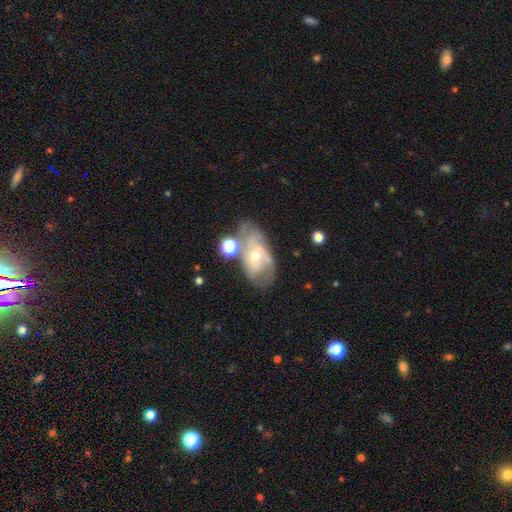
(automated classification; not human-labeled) A featured or disk galaxy (61%) with no bar (63%), spiral arms (61%) and a small central bulge (52%).

Vote fractions:
- Smooth or featured? featured or disk: 61% / smooth: 30% / star or artifact: 9%
- Edge-on disk? no: 92% / yes: 8%
- Bar? no: 63% / weak: 28% / strong: 9%
- Spiral arms? yes: 61% / no: 39%
- Bulge size? small: 52% / moderate: 43% / large: 2% / none: 1% / dominant: 1%
- Merging? none: 44% / minor disturbance: 23% / merger: 18% / major disturbance: 16%